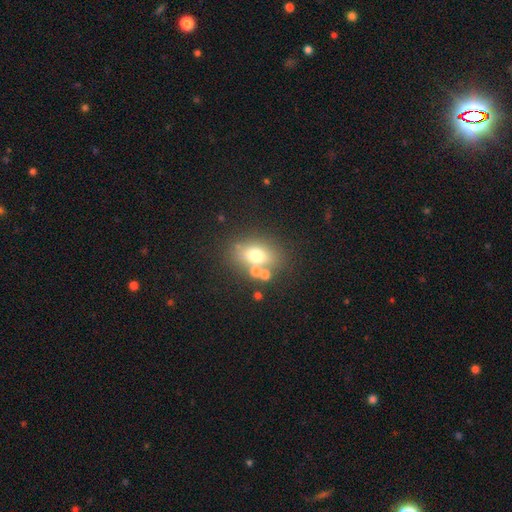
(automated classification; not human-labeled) Smooth or featured? smooth (65%)
How rounded? in between (62%)
Merging? none (63%)